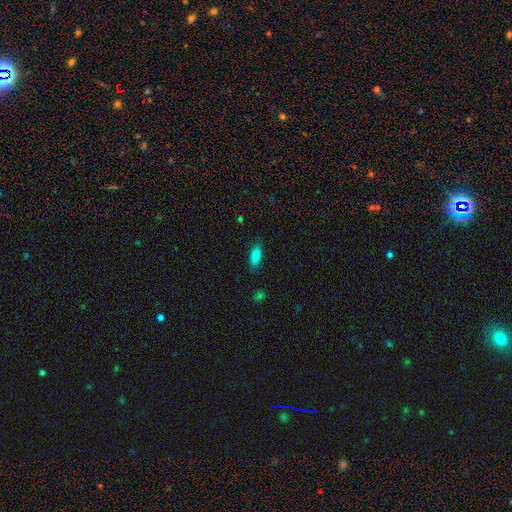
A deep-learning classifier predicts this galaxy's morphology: Overall: smooth (82%). How rounded: in between (73%). Merging: none (83%).